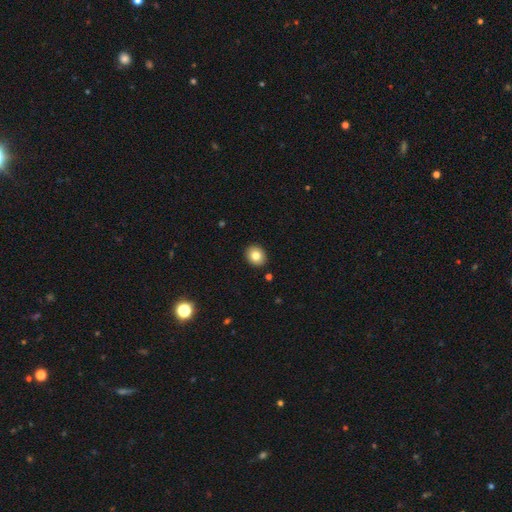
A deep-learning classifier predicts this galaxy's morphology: This is clearly a smooth galaxy (81%). How rounded: likely round (62%). Merging: clearly none (91%).